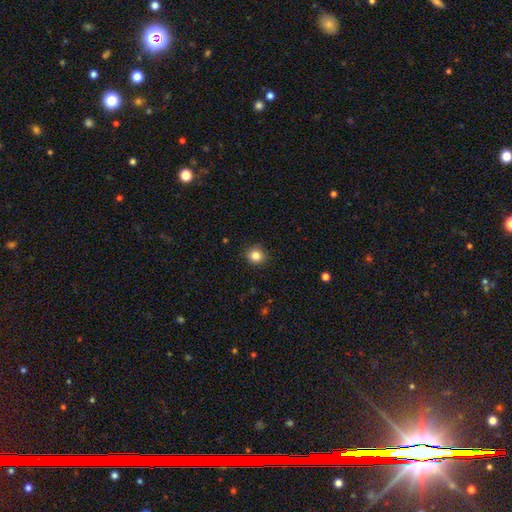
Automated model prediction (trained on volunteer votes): Q: Smooth or featured?
A: smooth (85%); runner-up: star or artifact (11%)
Q: How rounded?
A: round (90%); runner-up: in between (9%)
Q: Merging?
A: none (88%); runner-up: minor disturbance (9%)